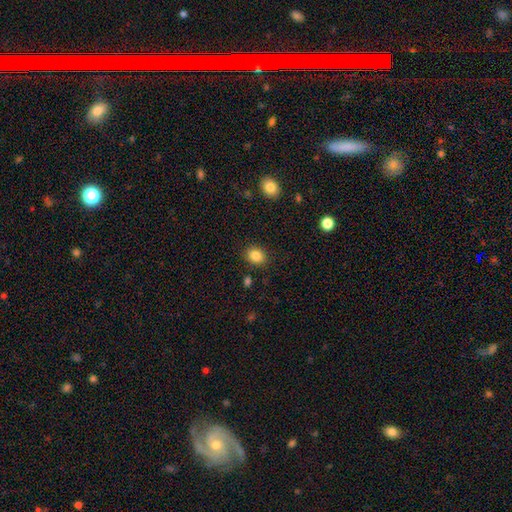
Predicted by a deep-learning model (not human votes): A smooth galaxy with no disk features (85%) that is round (50%). Merging: none (86%).